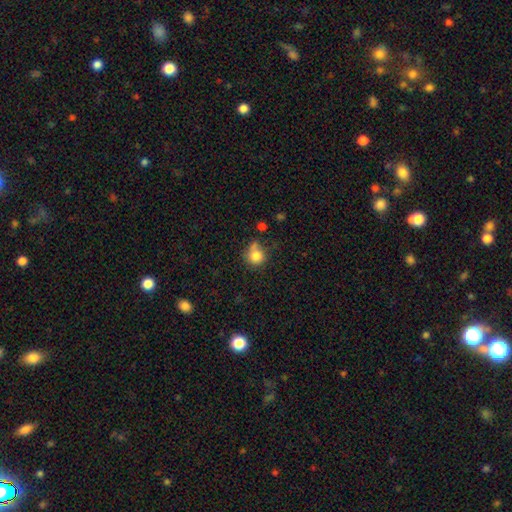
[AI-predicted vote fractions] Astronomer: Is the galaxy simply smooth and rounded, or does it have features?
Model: smooth — 82%.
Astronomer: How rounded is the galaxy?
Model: round — 86%.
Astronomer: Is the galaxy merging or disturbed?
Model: none — 53%.